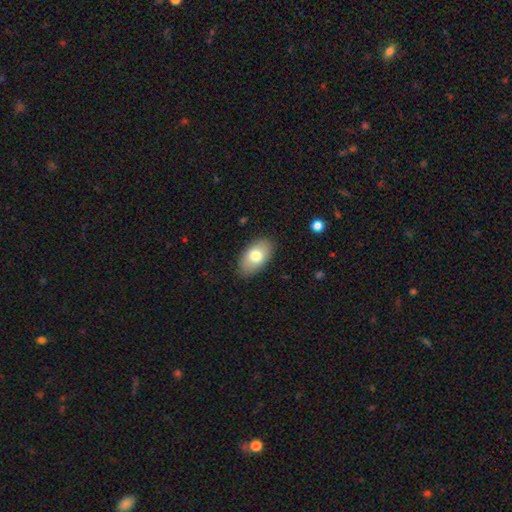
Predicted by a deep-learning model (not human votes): Morphology: type=smooth (77%); roundness=in between (93%); merging=none (86%).